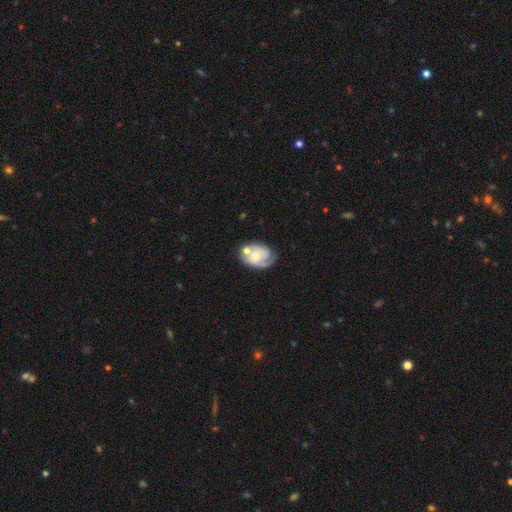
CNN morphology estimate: Smooth or featured?
  - featured or disk: 64% *
  - smooth: 29%
  - star or artifact: 6%
Edge-on disk?
  - no: 97% *
  - yes: 3%
Bar?
  - no: 72% *
  - weak: 24%
  - strong: 4%
Spiral arms?
  - yes: 81% *
  - no: 19%
Spiral winding?
  - tight: 50% *
  - medium: 35%
  - loose: 15%
Spiral arm count?
  - 2: 37% *
  - can't tell: 26%
  - 1: 24%
  - 3: 9%
  - 4: 2%
  - more than 4: 2%
Bulge size?
  - small: 50% *
  - moderate: 41%
  - none: 4%
  - large: 3%
  - dominant: 1%
Merging?
  - none: 48% *
  - minor disturbance: 21%
  - merger: 20%
  - major disturbance: 10%